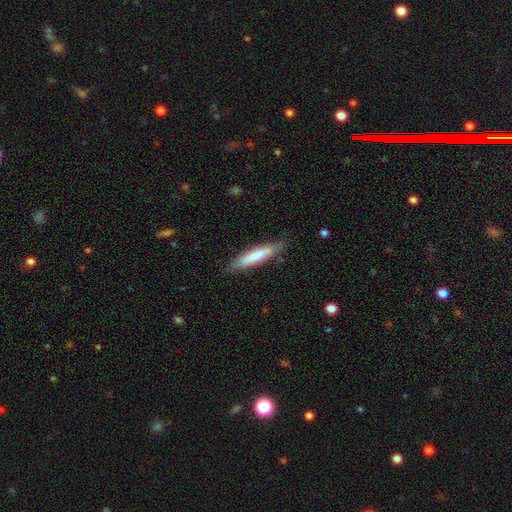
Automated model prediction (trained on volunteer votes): Smooth or featured?
  - smooth: 72% *
  - featured or disk: 23%
  - star or artifact: 5%
How rounded?
  - cigar-shaped: 86% *
  - in between: 13%
  - round: 1%
Merging?
  - none: 83% *
  - minor disturbance: 13%
  - major disturbance: 2%
  - merger: 1%